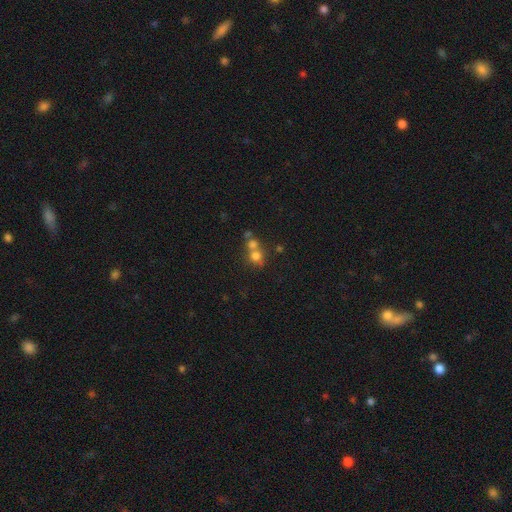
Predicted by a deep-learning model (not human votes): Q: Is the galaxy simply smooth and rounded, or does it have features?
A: smooth — 69%.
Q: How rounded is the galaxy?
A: round — 82%.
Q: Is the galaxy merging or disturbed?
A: merger — 52%.